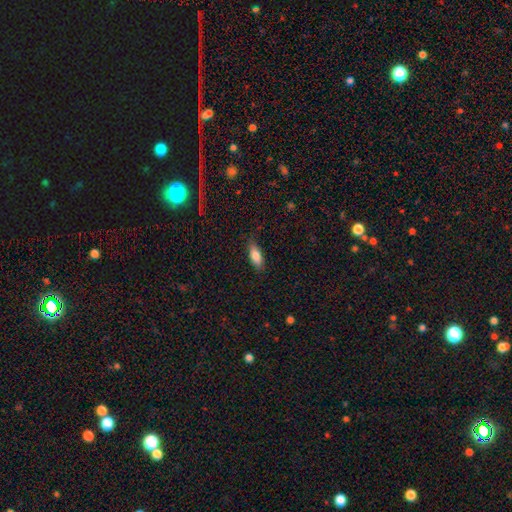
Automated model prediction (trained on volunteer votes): Smooth or featured? smooth (82%)
How rounded? in between (73%)
Merging? none (81%)